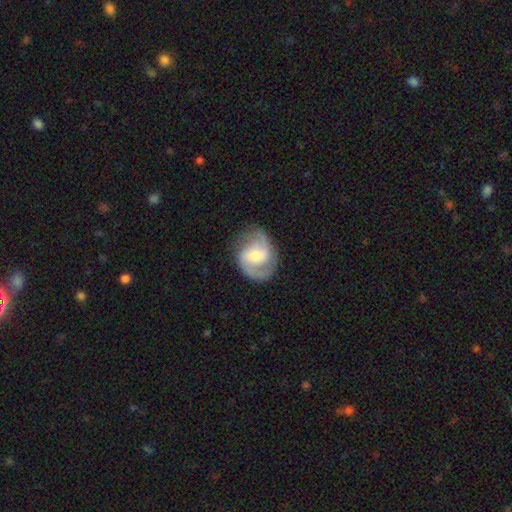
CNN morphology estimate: A featured or disk galaxy (78%) with a weak bar (51%), 2 (82%) medium (51%) spiral arms (93%) and a moderate central bulge (56%). Merging: none (74%).